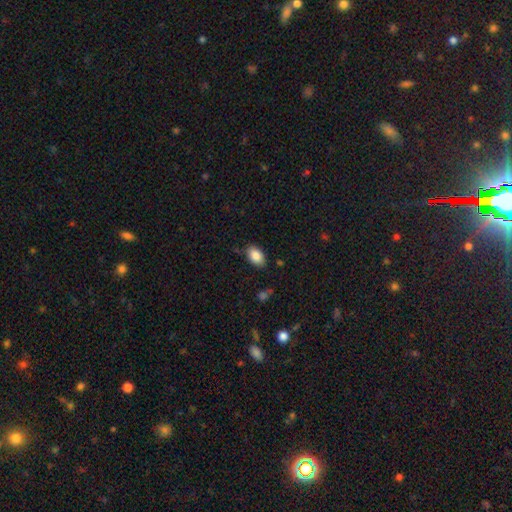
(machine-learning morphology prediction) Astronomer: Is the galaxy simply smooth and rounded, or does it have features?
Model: smooth — 86%.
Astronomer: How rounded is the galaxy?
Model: in between — 89%.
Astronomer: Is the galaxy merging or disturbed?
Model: none — 81%.